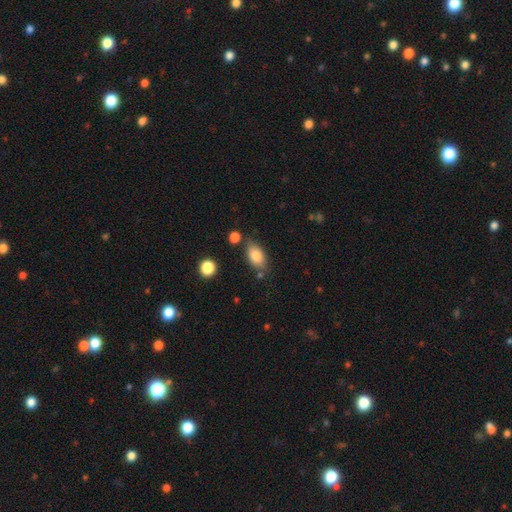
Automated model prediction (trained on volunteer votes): Smooth or featured: smooth — 82% (featured or disk — 10%)
How rounded: in between — 89% (round — 8%)
Merging: none — 71% (minor disturbance — 17%)